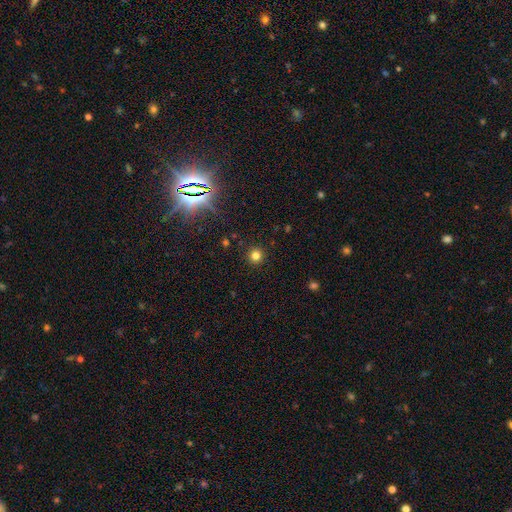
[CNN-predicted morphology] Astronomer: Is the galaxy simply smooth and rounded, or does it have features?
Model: smooth — 79%.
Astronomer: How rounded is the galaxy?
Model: round — 95%.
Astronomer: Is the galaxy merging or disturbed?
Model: none — 92%.